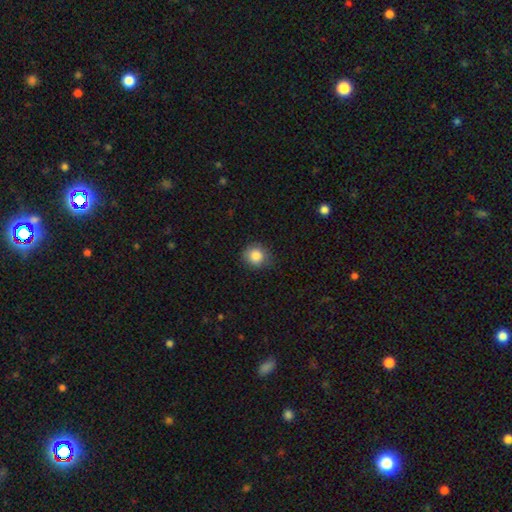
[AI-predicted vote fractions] Q: Smooth or featured?
A: smooth (86%); runner-up: star or artifact (9%)
Q: How rounded?
A: round (85%); runner-up: in between (14%)
Q: Merging?
A: none (79%); runner-up: minor disturbance (17%)